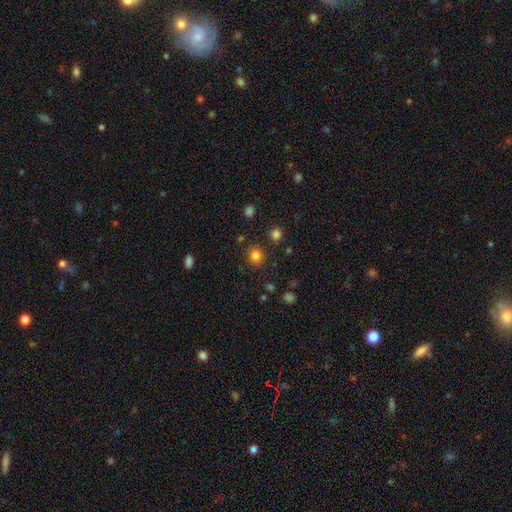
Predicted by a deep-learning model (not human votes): Q: Smooth or featured?
A: smooth (81%); runner-up: star or artifact (14%)
Q: How rounded?
A: round (81%); runner-up: in between (18%)
Q: Merging?
A: none (84%); runner-up: minor disturbance (9%)